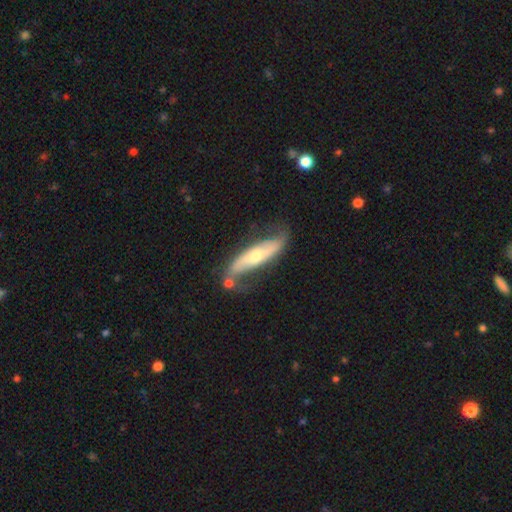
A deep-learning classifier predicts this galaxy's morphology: featured or disk 71%, smooth 23%, star or artifact 5%. Down the decision tree: edge-on disk — no (65%); merging — none (60%).